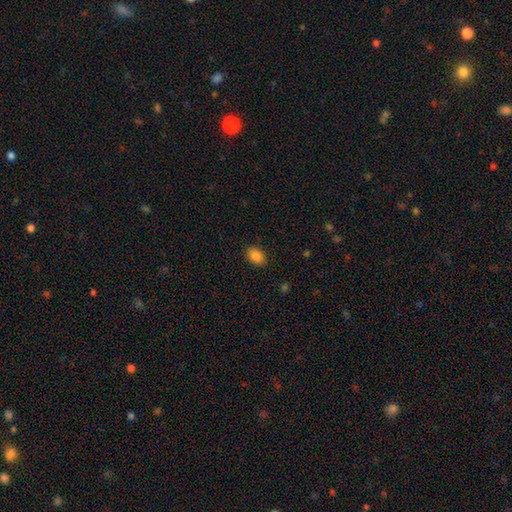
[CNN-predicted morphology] This is clearly a smooth galaxy (86%). How rounded: likely in between (77%). Merging: clearly none (88%).